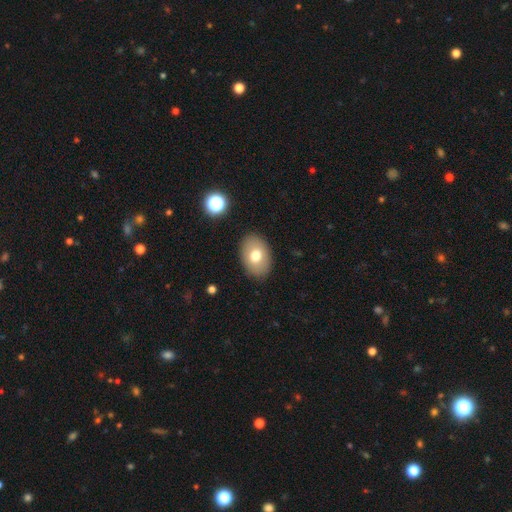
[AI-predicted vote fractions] Smooth or featured? smooth (74%)
How rounded? in between (82%)
Merging? none (88%)